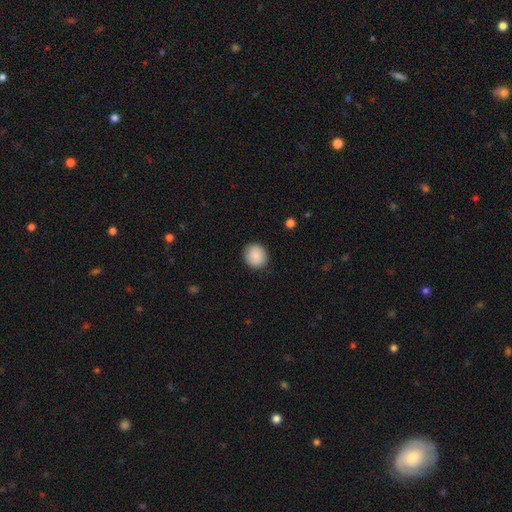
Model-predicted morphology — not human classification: Overall: smooth (88%). How rounded: round (86%). Merging: none (89%).